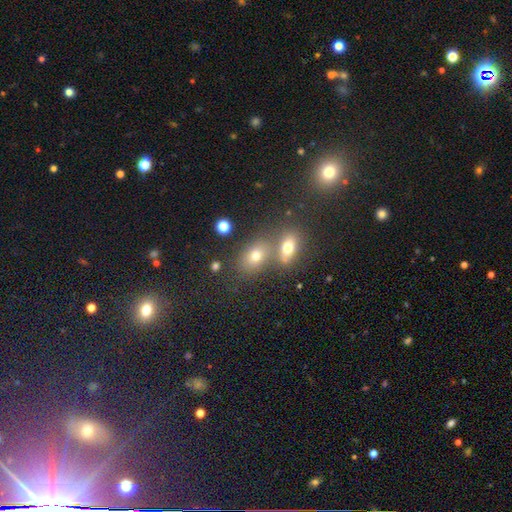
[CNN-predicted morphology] This is likely a smooth galaxy (70%). How rounded: likely in between (75%). Merging: possibly none (52%).